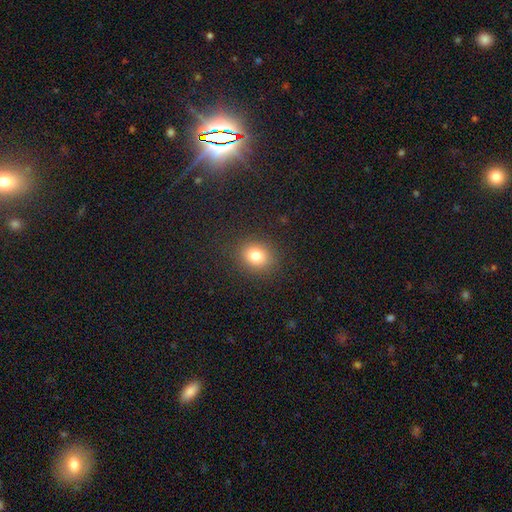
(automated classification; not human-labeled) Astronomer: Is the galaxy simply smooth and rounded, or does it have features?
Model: smooth — 80%.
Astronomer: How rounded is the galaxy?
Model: round — 65%.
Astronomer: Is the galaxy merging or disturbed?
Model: none — 88%.